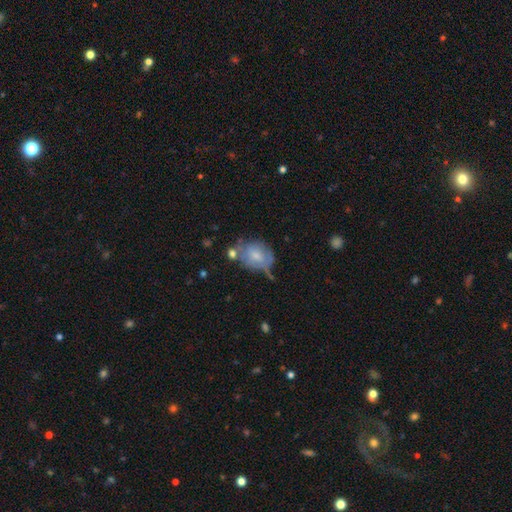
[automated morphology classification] A smooth galaxy with no disk features (58%) that is in between round and cigar-shaped (63%). Merging: none (37%).